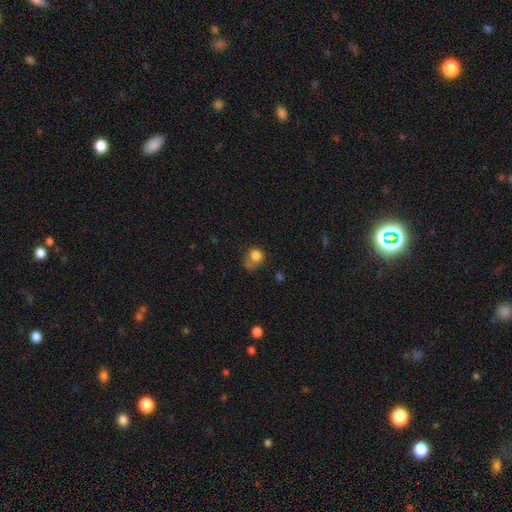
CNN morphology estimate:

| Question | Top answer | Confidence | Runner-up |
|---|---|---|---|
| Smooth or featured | smooth | 79% | star or artifact (11%) |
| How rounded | round | 63% | in between (36%) |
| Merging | none | 35% | minor disturbance (28%) |